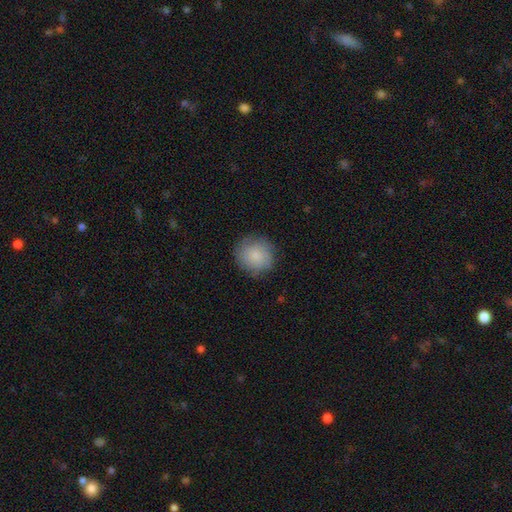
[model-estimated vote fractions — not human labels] Smooth or featured? Predicted: smooth (p=0.83). How rounded? Predicted: round (p=0.90). Merging? Predicted: none (p=0.84).